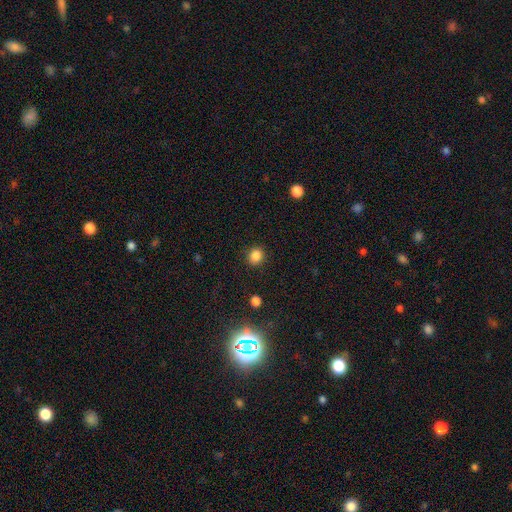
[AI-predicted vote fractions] The model was most divided on "how rounded": round: 78%, in between: 21%, cigar-shaped: 1%. More confident: merging — none (89%); smooth or featured — smooth (84%).